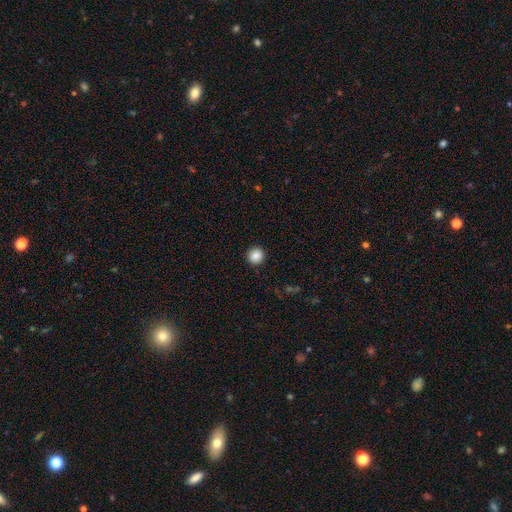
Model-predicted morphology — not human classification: Smooth or featured? Predicted: smooth (p=0.87). How rounded? Predicted: round (p=0.95). Merging? Predicted: none (p=0.93).